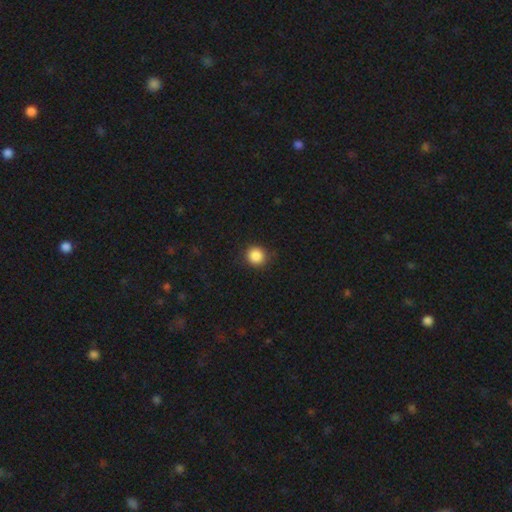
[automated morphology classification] Smooth or featured? smooth (87%)
How rounded? round (92%)
Merging? none (88%)